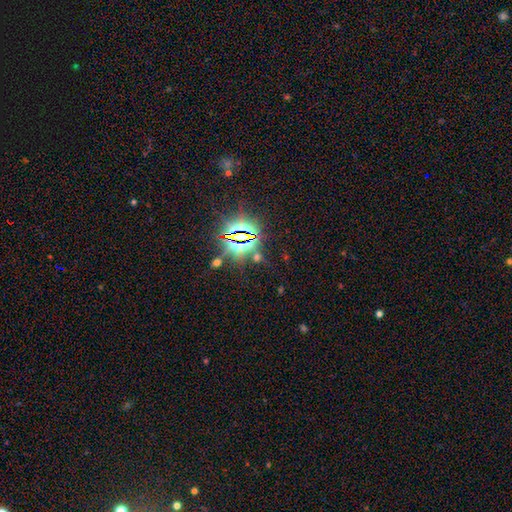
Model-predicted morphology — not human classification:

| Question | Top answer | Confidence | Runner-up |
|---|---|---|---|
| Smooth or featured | star or artifact | 82% | smooth (10%) |